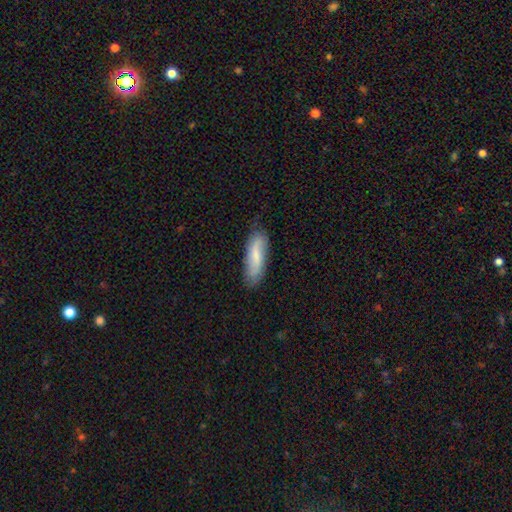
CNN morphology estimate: This appears to be a smooth galaxy with no disk features (63%) that is in between round and cigar-shaped (51%). Merging: none (73%).